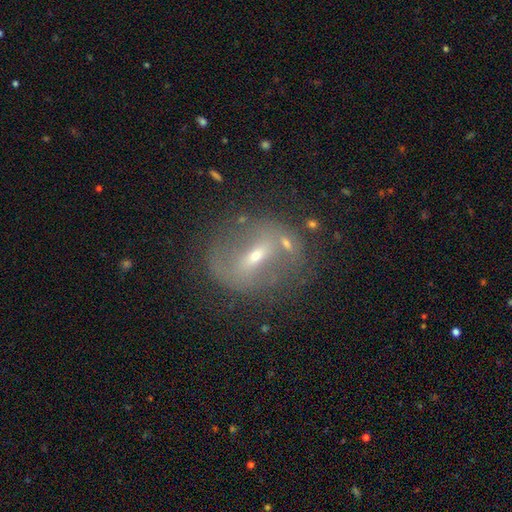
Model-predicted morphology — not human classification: The model was most divided on "spiral arms": yes: 51%, no: 49%. More confident: edge-on disk — no (87%); smooth or featured — featured or disk (71%); merging — none (68%); bulge size — small (55%); bar — strong (50%).